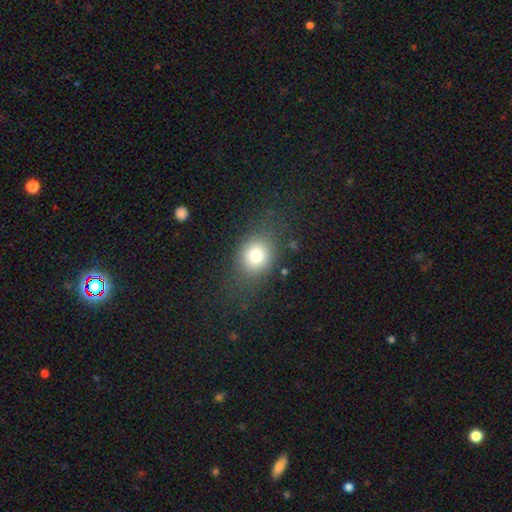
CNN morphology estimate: smooth_or_featured: smooth (p=0.76) [alt: star or artifact p=0.12]
how_rounded: round (p=0.57) [alt: in between p=0.42]
merging: none (p=0.73) [alt: minor disturbance p=0.14]